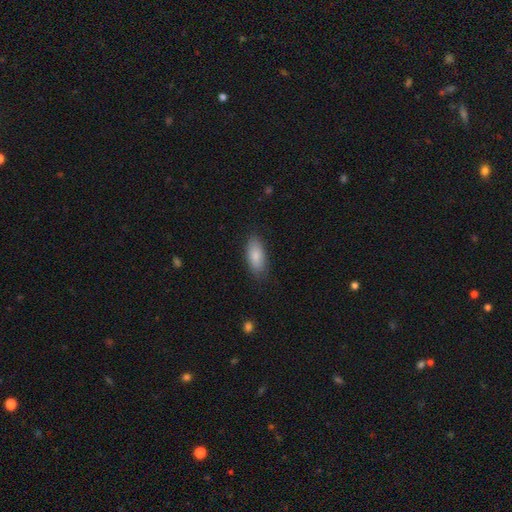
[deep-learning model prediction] A smooth galaxy with no disk features (85%) that is in between round and cigar-shaped (86%).

Vote fractions:
- Smooth or featured? smooth: 85% / featured or disk: 8% / star or artifact: 6%
- How rounded? in between: 86% / cigar-shaped: 12% / round: 2%
- Merging? none: 83% / minor disturbance: 13% / major disturbance: 3% / merger: 1%